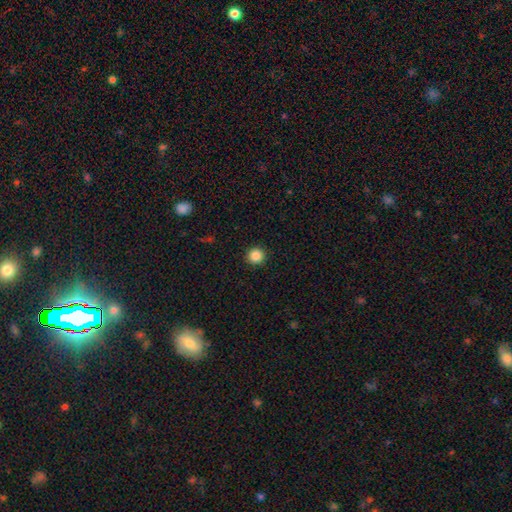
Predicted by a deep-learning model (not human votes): A smooth galaxy with no disk features (87%) that is round (95%). Merging: none (93%).